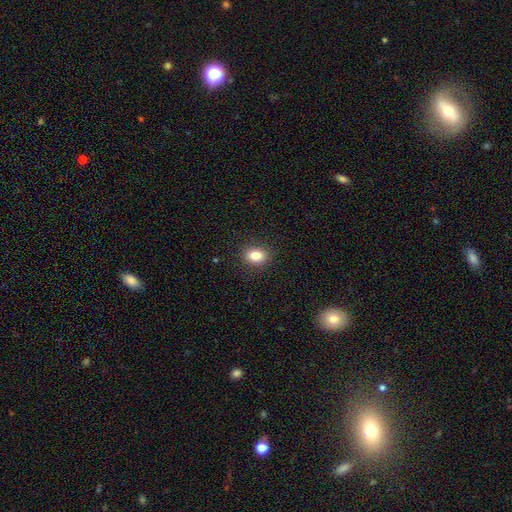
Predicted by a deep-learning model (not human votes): Smooth or featured? Predicted: smooth (p=0.84). How rounded? Predicted: in between (p=0.64). Merging? Predicted: none (p=0.89).